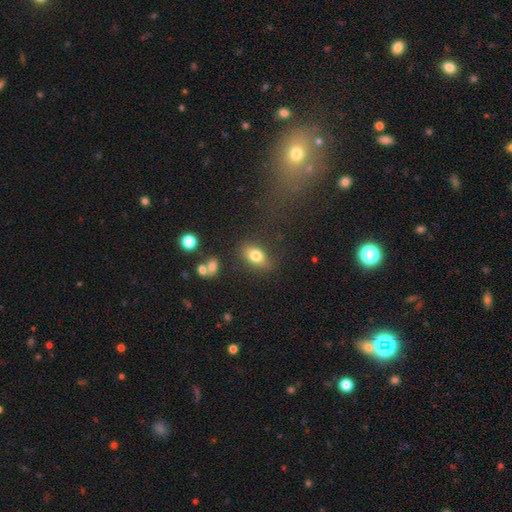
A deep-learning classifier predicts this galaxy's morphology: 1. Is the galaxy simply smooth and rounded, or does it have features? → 79% smooth, 12% featured or disk, 10% star or artifact.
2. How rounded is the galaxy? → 84% in between, 12% round, 3% cigar-shaped.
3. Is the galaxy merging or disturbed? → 77% none, 14% minor disturbance, 5% major disturbance, 4% merger.